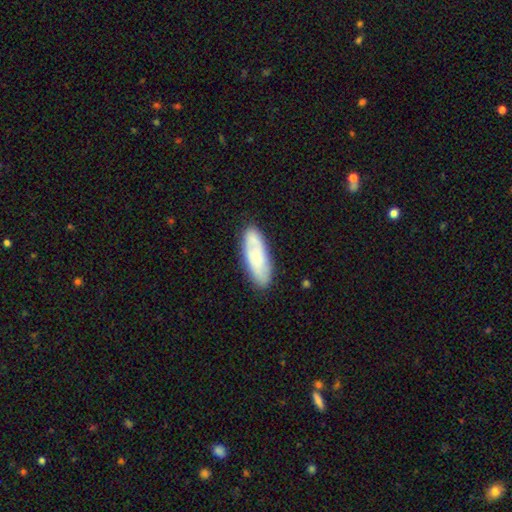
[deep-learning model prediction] smooth_or_featured: smooth (p=0.61) [alt: featured or disk p=0.33]
how_rounded: in between (p=0.64) [alt: cigar-shaped p=0.35]
merging: none (p=0.84) [alt: minor disturbance p=0.12]